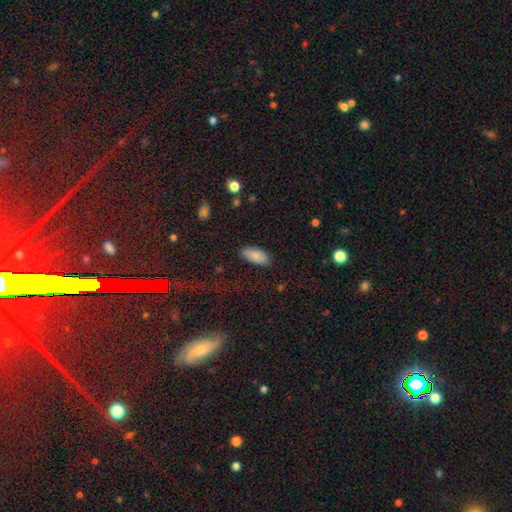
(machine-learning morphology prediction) Smooth or featured?
  - smooth: 84% *
  - featured or disk: 9%
  - star or artifact: 7%
How rounded?
  - in between: 87% *
  - cigar-shaped: 11%
  - round: 2%
Merging?
  - none: 83% *
  - minor disturbance: 13%
  - major disturbance: 3%
  - merger: 1%